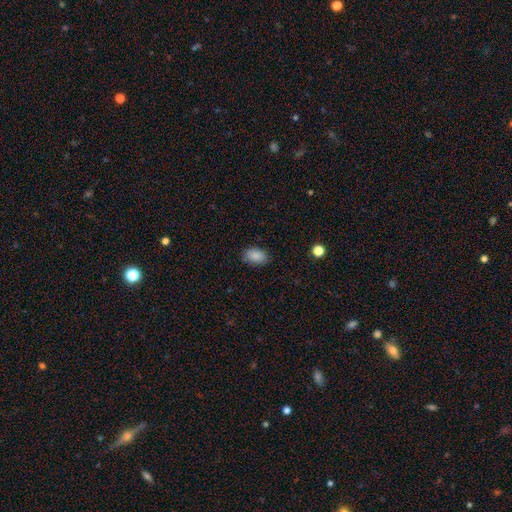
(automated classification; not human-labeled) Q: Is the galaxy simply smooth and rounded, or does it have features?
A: smooth — 88%.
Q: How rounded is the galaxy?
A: in between — 89%.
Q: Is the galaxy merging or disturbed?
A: none — 85%.